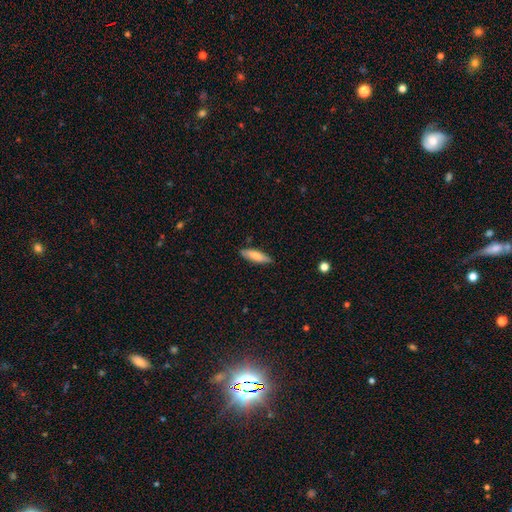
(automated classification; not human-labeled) smooth_or_featured: smooth (p=0.77) [alt: featured or disk p=0.17]
how_rounded: cigar-shaped (p=0.58) [alt: in between p=0.40]
merging: none (p=0.83) [alt: minor disturbance p=0.14]